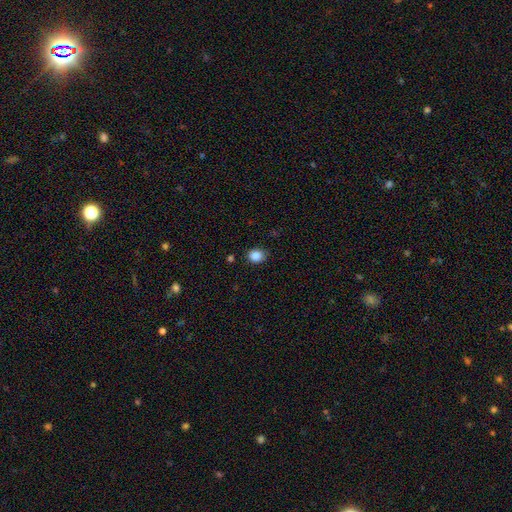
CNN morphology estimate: smooth-or-featured: smooth: 86% | star or artifact: 10% | featured or disk: 4%
  how-rounded: round: 63% | in between: 36% | cigar-shaped: 1%
  merging: none: 86% | minor disturbance: 10% | major disturbance: 2% | merger: 2%